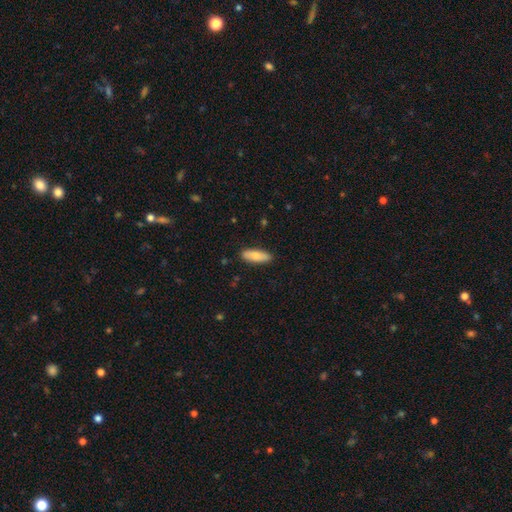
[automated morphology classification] type=smooth (75%); roundness=in between (59%); merging=none (88%).